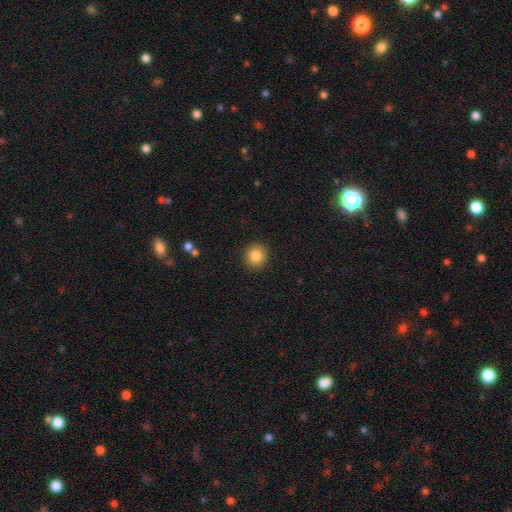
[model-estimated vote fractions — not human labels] Q: Smooth or featured?
A: smooth (85%); runner-up: star or artifact (10%)
Q: How rounded?
A: round (91%); runner-up: in between (8%)
Q: Merging?
A: none (92%); runner-up: minor disturbance (5%)